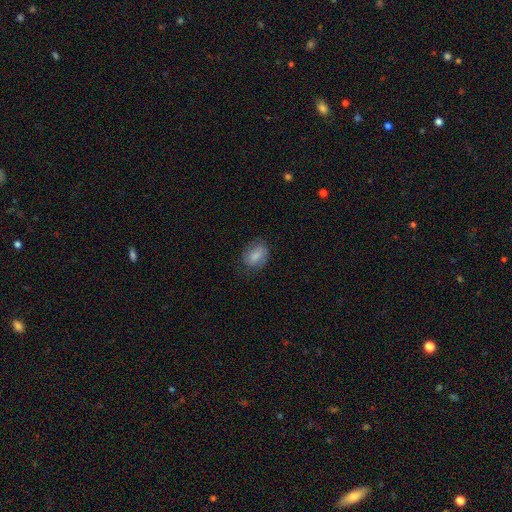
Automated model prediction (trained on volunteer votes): smooth 76%, featured or disk 17%, star or artifact 8%. Down the decision tree: how rounded — in between (71%); merging — none (71%).